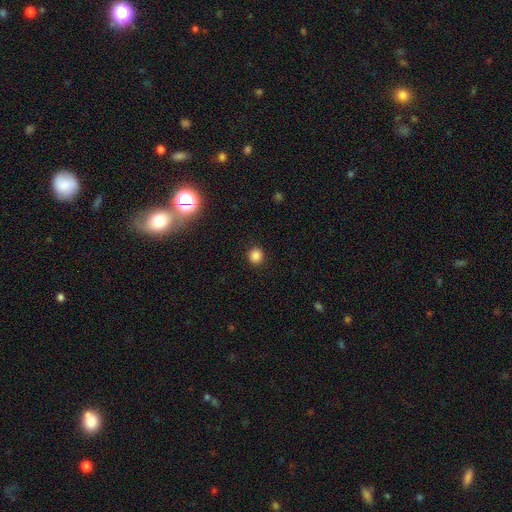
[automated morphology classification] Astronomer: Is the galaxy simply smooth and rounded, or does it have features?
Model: smooth — 85%.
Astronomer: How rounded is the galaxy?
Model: round — 93%.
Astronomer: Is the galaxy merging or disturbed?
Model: none — 92%.